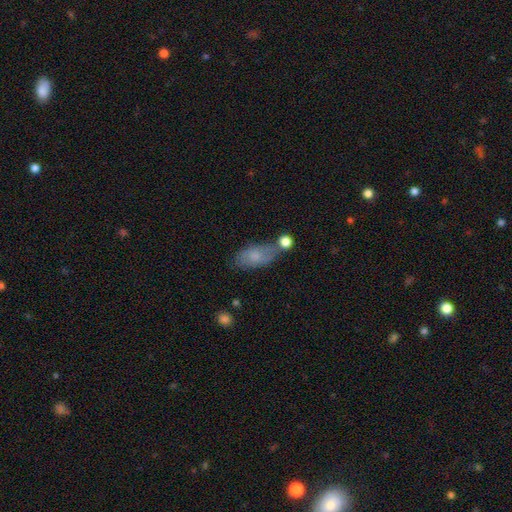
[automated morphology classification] Q: Smooth or featured?
A: smooth (74%); runner-up: featured or disk (19%)
Q: How rounded?
A: in between (88%); runner-up: cigar-shaped (7%)
Q: Merging?
A: none (52%); runner-up: minor disturbance (22%)